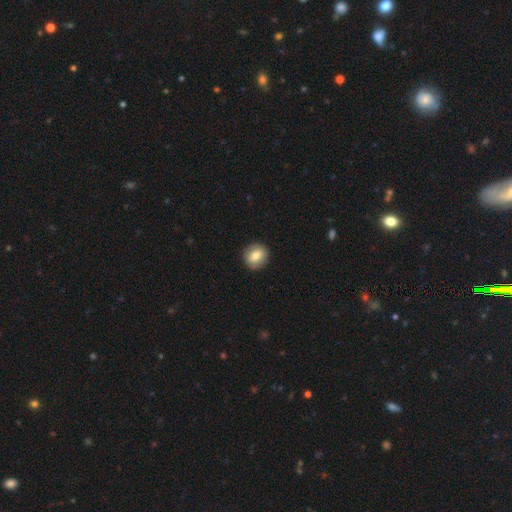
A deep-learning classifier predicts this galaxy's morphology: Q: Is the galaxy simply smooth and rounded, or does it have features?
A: smooth — 77%.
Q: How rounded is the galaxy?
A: round — 86%.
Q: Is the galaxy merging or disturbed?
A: none — 91%.